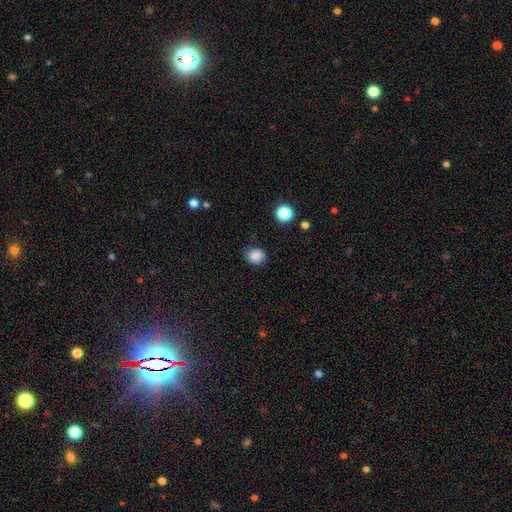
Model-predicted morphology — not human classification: Overall: smooth (85%). How rounded: round (62%; in between 37%). Merging: none (74%).